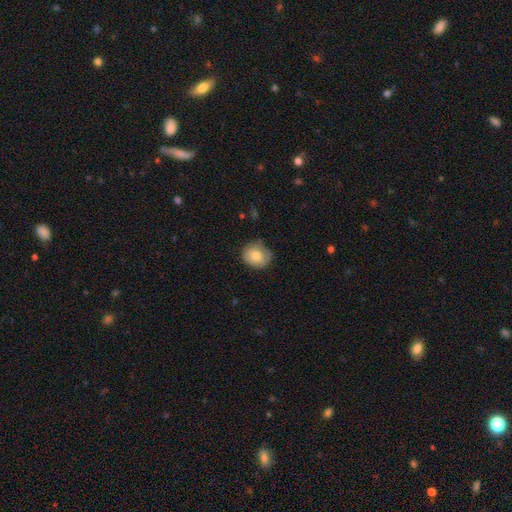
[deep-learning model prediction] Morphology: type=smooth (78%); roundness=round (77%); merging=none (72%).